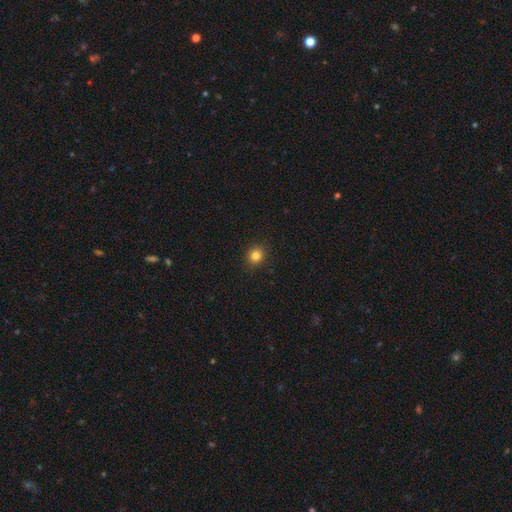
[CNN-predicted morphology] A smooth galaxy with no disk features (83%) that is round (86%). Merging: none (91%).